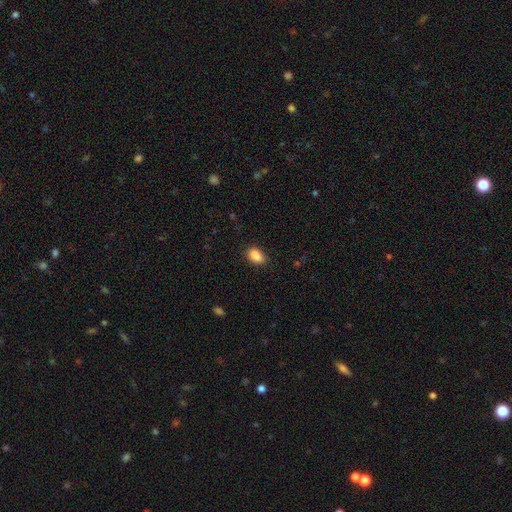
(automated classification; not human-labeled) A smooth galaxy with no disk features (88%) that is in between round and cigar-shaped (87%).

Vote fractions:
- Smooth or featured? smooth: 88% / star or artifact: 8% / featured or disk: 4%
- How rounded? in between: 87% / round: 11% / cigar-shaped: 2%
- Merging? none: 82% / minor disturbance: 14% / major disturbance: 3% / merger: 2%